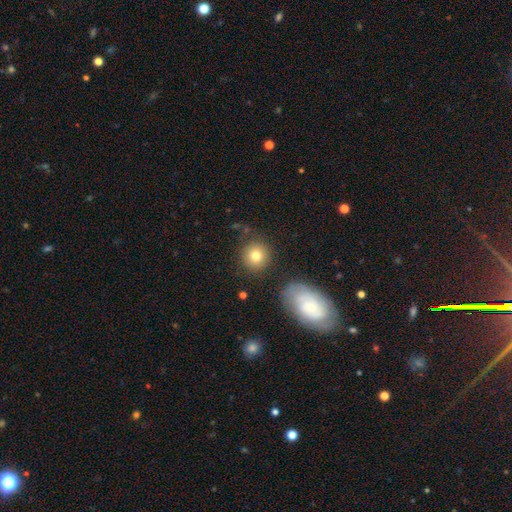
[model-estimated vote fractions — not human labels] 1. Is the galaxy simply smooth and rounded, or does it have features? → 80% smooth, 10% featured or disk, 10% star or artifact.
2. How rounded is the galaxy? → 91% round, 8% in between, 1% cigar-shaped.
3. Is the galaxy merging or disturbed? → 82% none, 9% minor disturbance, 5% merger, 4% major disturbance.